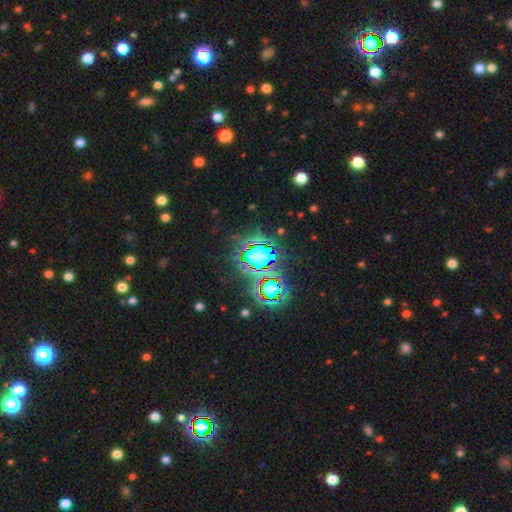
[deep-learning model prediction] This is clearly a star or artifact rather than a galaxy (81%).